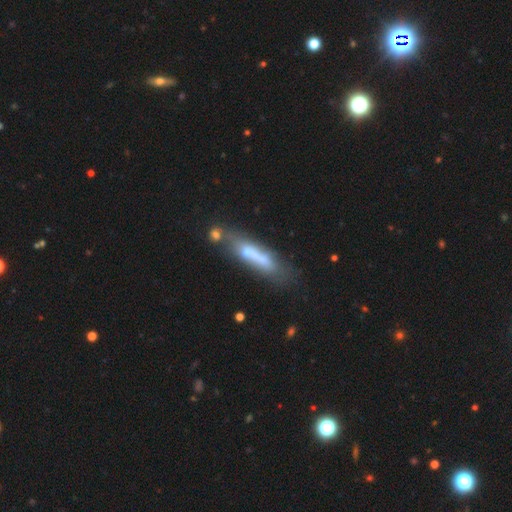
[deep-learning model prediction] Smooth or featured?
  - smooth: 47% *
  - featured or disk: 43%
  - star or artifact: 10%
Merging?
  - none: 45% *
  - merger: 21%
  - minor disturbance: 21%
  - major disturbance: 13%